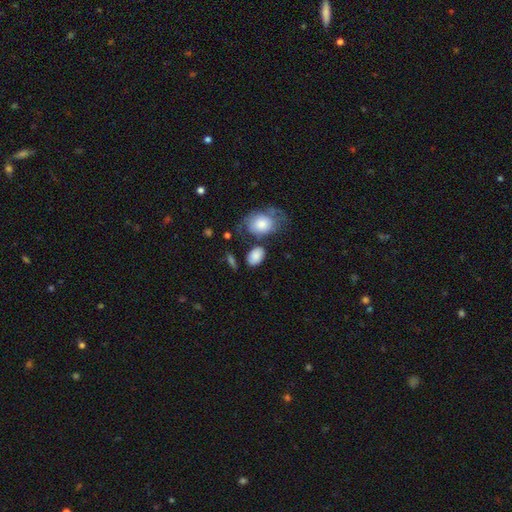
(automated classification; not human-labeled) Smooth or featured? Predicted: smooth (p=0.85). How rounded? Predicted: in between (p=0.83). Merging? Predicted: none (p=0.60).